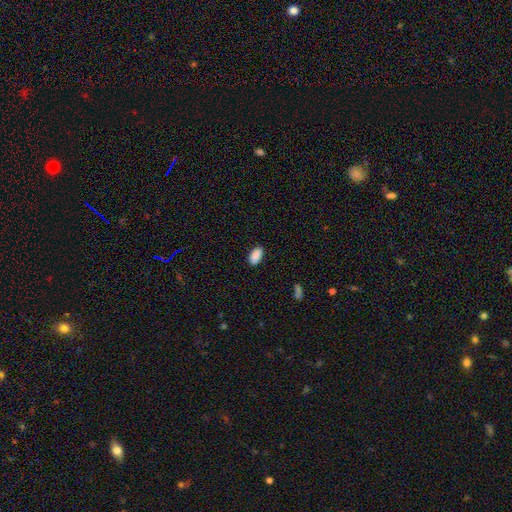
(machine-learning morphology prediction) Q: Smooth or featured?
A: smooth (89%); runner-up: star or artifact (7%)
Q: How rounded?
A: in between (94%); runner-up: cigar-shaped (4%)
Q: Merging?
A: none (85%); runner-up: minor disturbance (11%)